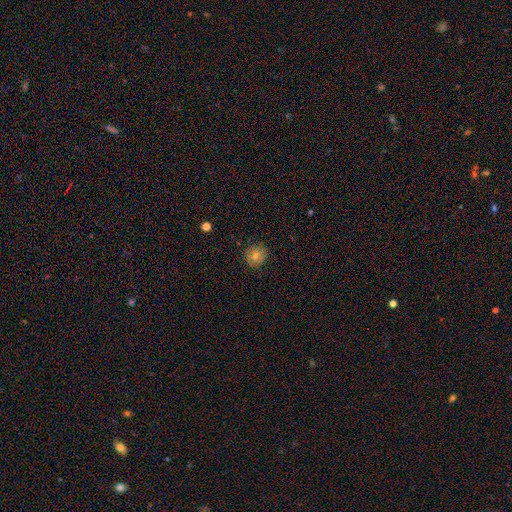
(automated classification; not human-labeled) Overall: smooth (61%; featured or disk 25%). How rounded: round (89%). Merging: none (85%).